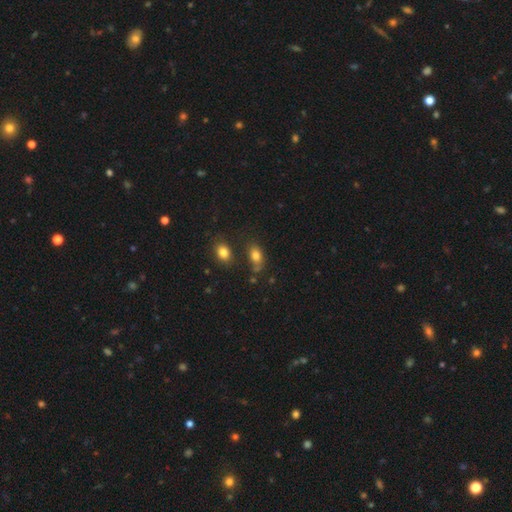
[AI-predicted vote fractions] smooth_or_featured: smooth (p=0.80) [alt: star or artifact p=0.11]
how_rounded: in between (p=0.83) [alt: round p=0.14]
merging: none (p=0.63) [alt: minor disturbance p=0.19]